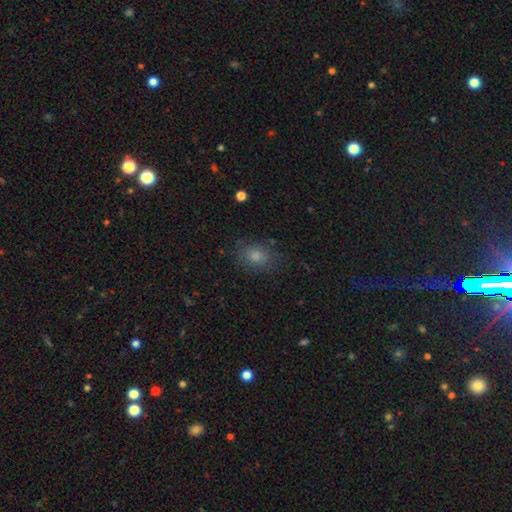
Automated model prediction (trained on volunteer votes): The model was most divided on "how rounded": in between: 62%, round: 36%, cigar-shaped: 2%. More confident: merging — none (81%); smooth or featured — smooth (72%).